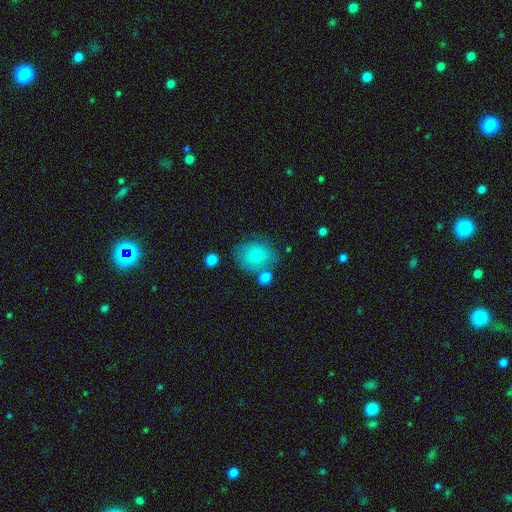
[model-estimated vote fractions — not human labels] This appears to be a smooth galaxy with no disk features (76%) that is round (62%). Merging: none (67%).